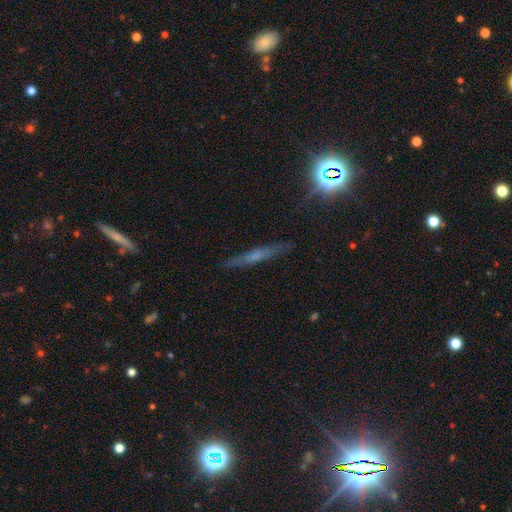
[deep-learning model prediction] smooth-or-featured: featured or disk: 49% | smooth: 35% | star or artifact: 16%
  merging: none: 84% | minor disturbance: 12% | major disturbance: 3% | merger: 2%